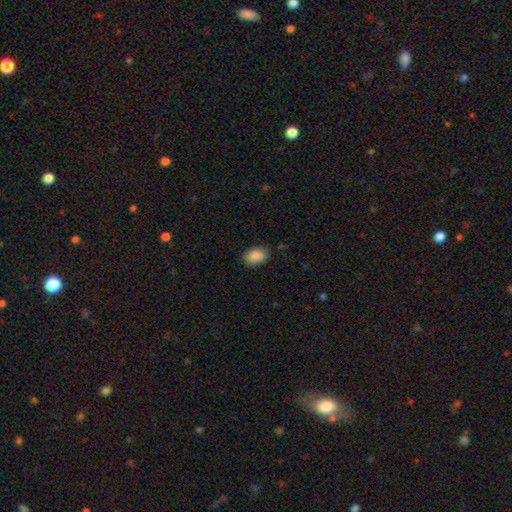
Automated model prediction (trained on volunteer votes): Smooth or featured: smooth — 89% (star or artifact — 7%)
How rounded: in between — 81% (round — 18%)
Merging: none — 83% (minor disturbance — 13%)